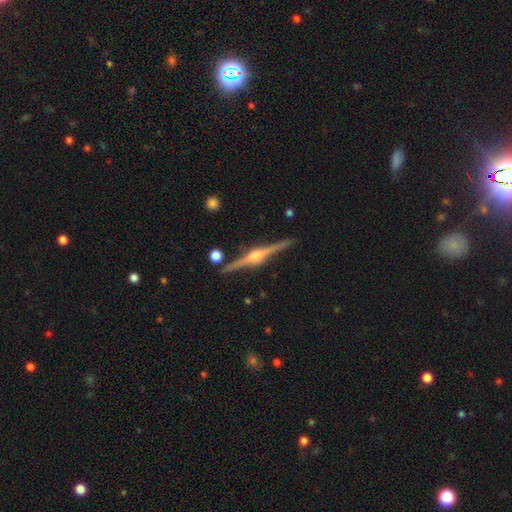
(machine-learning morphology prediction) type=featured or disk (89%); edge-on=yes (99%); edge-on bulge=rounded (93%); merging=none (90%).